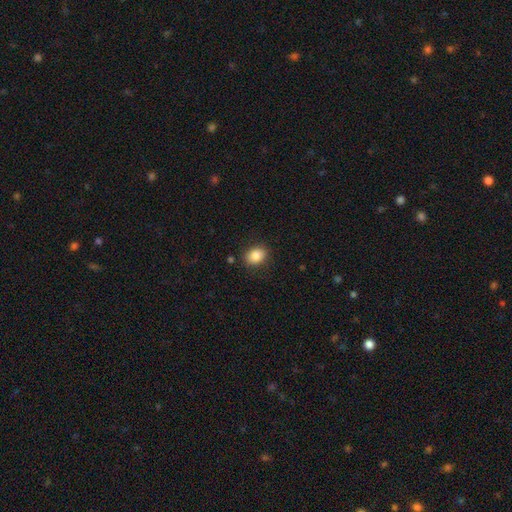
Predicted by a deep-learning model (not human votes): Smooth or featured? Predicted: smooth (p=0.86). How rounded? Predicted: in between (p=0.62). Merging? Predicted: none (p=0.86).